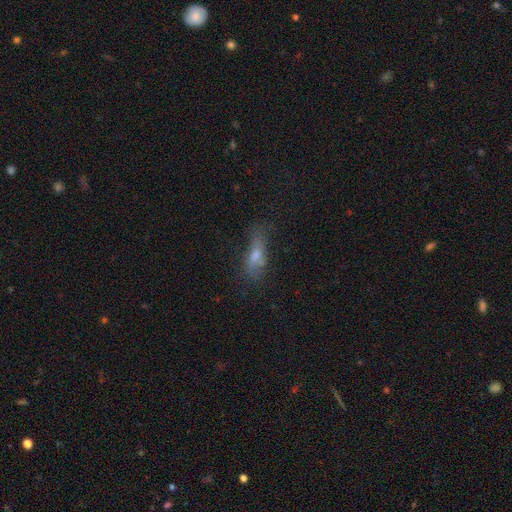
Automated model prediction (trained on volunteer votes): smooth-or-featured: smooth: 52% | featured or disk: 33% | star or artifact: 15%
  how-rounded: in between: 49% | cigar-shaped: 47% | round: 5%
  merging: none: 53% | minor disturbance: 26% | major disturbance: 18% | merger: 4%